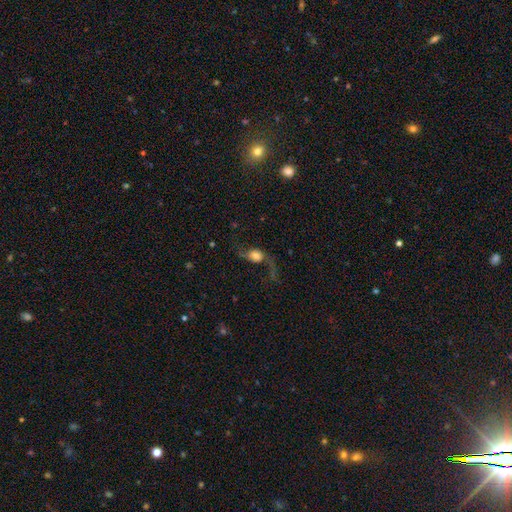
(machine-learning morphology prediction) A featured or disk galaxy (60%) with no bar (67%), spiral arms (89%) and a moderate central bulge (38%). Merging: none (51%).